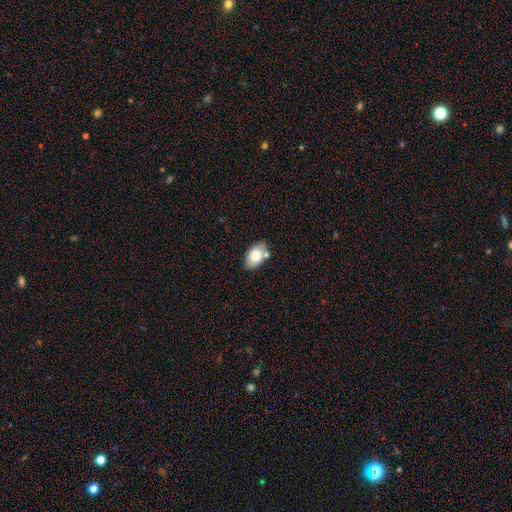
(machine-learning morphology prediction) This appears to be a smooth galaxy with no disk features (80%) that is in between round and cigar-shaped (89%). Merging: none (61%).